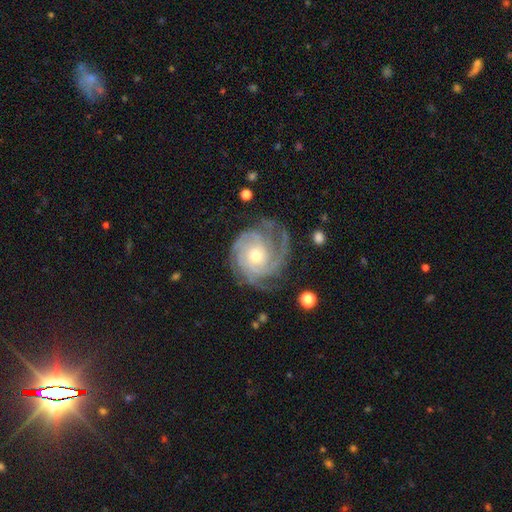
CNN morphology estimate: smooth_or_featured: featured or disk (p=0.90) [alt: smooth p=0.05]
disk_edge_on: no (p=0.98) [alt: yes p=0.02]
bar: no (p=0.77) [alt: weak p=0.19]
has_spiral_arms: yes (p=0.98) [alt: no p=0.02]
spiral_winding: tight (p=0.72) [alt: medium p=0.24]
spiral_arm_count: 3 (p=0.33) [alt: 4 p=0.21]
bulge_size: moderate (p=0.57) [alt: small p=0.38]
merging: none (p=0.72) [alt: minor disturbance p=0.18]